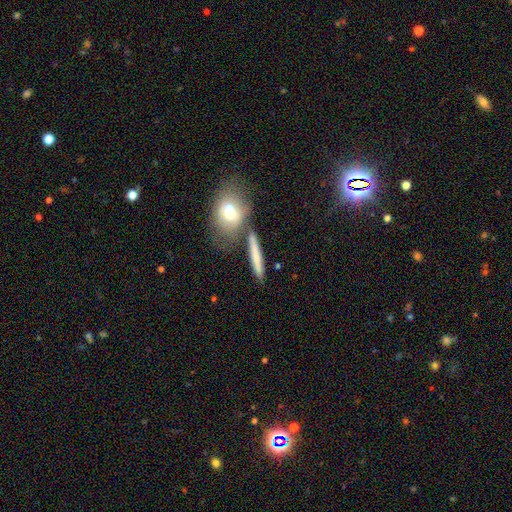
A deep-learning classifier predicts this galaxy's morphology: Smooth or featured: smooth — 66% (featured or disk — 27%)
How rounded: cigar-shaped — 85% (in between — 10%)
Merging: none — 70% (merger — 14%)